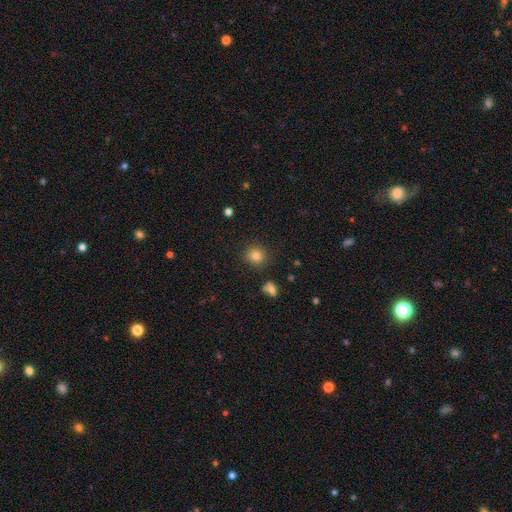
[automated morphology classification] This is clearly a smooth galaxy (82%). How rounded: clearly round (87%). Merging: clearly none (87%).